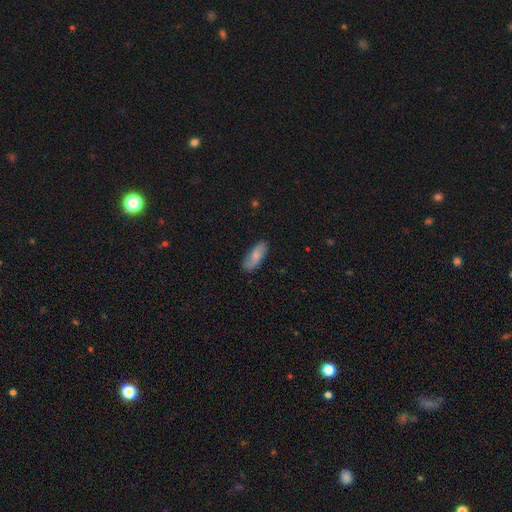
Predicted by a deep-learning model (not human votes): smooth-or-featured: smooth: 74% | featured or disk: 20% | star or artifact: 6%
  how-rounded: in between: 78% | cigar-shaped: 20% | round: 2%
  merging: none: 83% | minor disturbance: 13% | major disturbance: 3% | merger: 1%